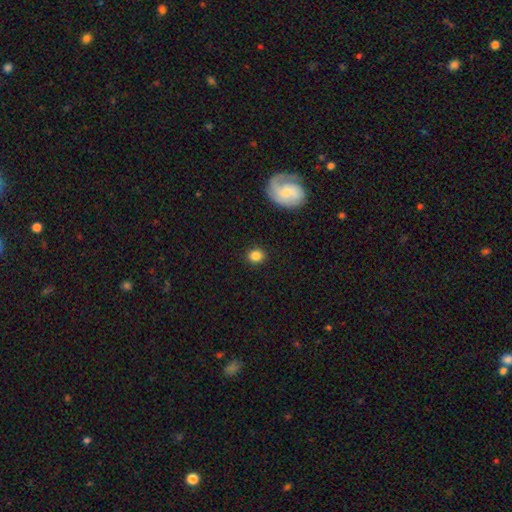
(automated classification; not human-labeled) Q: Smooth or featured?
A: smooth (84%); runner-up: star or artifact (10%)
Q: How rounded?
A: round (72%); runner-up: in between (27%)
Q: Merging?
A: none (90%); runner-up: minor disturbance (7%)